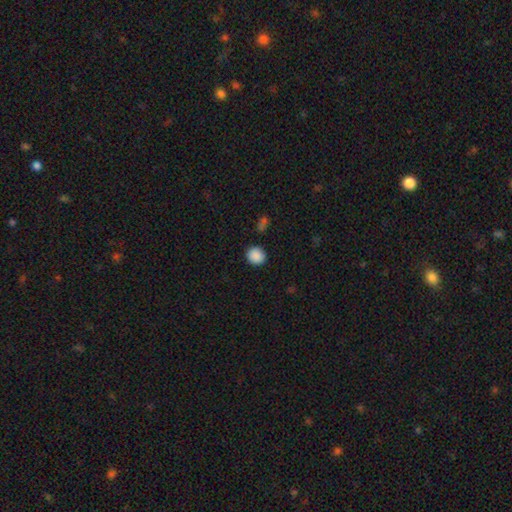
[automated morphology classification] smooth 89%, star or artifact 8%, featured or disk 3%. Down the decision tree: how rounded — round (84%); merging — none (89%).